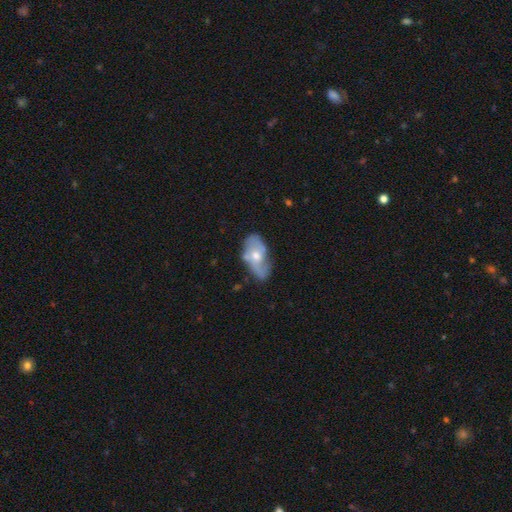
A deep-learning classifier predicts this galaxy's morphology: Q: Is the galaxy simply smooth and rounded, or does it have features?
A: featured or disk — 60%.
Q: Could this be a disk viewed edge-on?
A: no — 91%.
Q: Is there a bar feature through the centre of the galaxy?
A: no — 71%.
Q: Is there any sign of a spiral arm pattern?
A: yes — 68%.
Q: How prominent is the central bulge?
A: moderate — 64%.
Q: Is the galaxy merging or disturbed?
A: none — 55%.